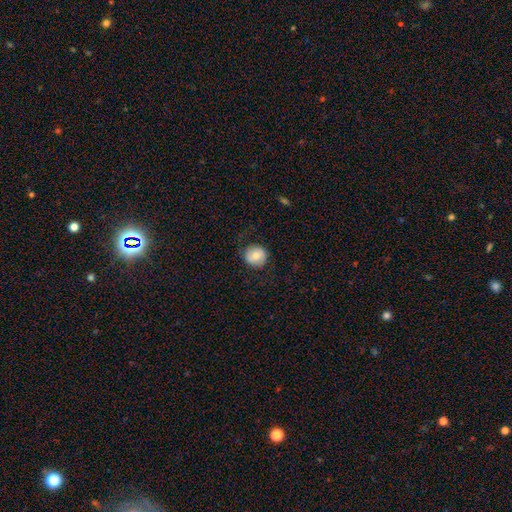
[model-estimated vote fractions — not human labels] This appears to be a smooth galaxy with no disk features (75%) that is round (89%). Merging: none (83%).